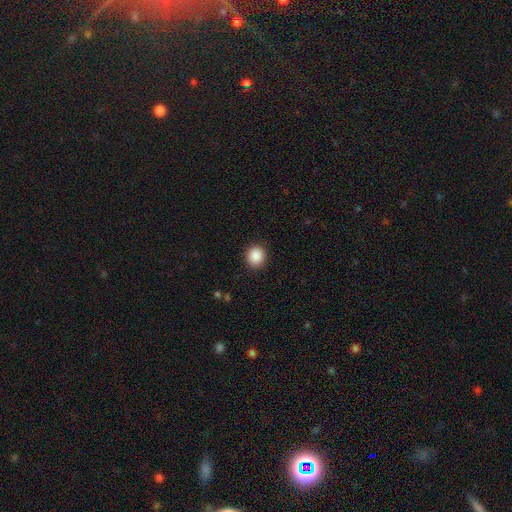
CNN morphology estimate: smooth_or_featured: smooth (p=0.89) [alt: star or artifact p=0.08]
how_rounded: round (p=0.83) [alt: in between p=0.16]
merging: none (p=0.91) [alt: minor disturbance p=0.06]